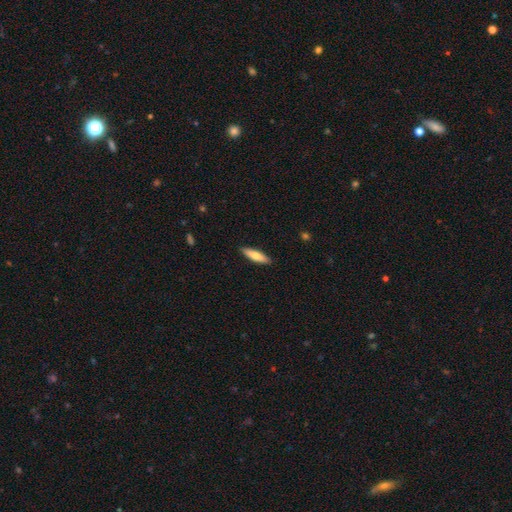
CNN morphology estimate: This appears to be a smooth galaxy with no disk features (70%) that is cigar-shaped (70%). Merging: none (90%).